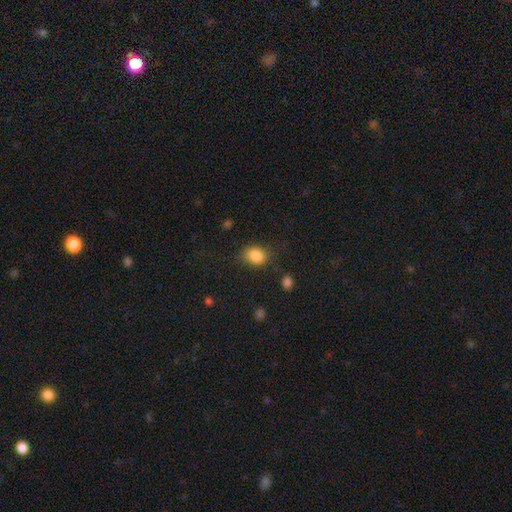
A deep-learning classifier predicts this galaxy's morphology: Smooth or featured? smooth (85%)
How rounded? in between (51%)
Merging? none (74%)